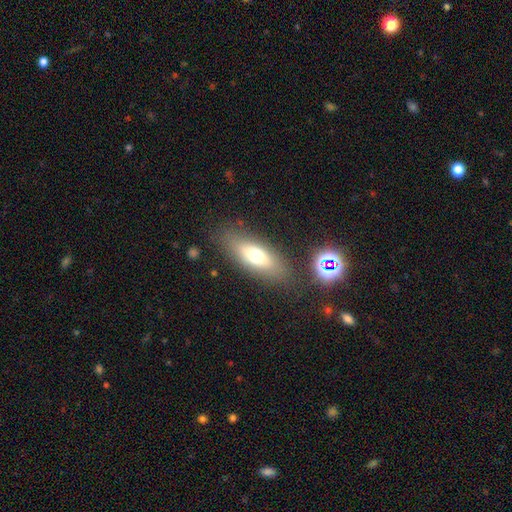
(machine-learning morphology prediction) smooth_or_featured: smooth (p=0.65) [alt: featured or disk p=0.26]
how_rounded: in between (p=0.71) [alt: cigar-shaped p=0.25]
merging: none (p=0.80) [alt: minor disturbance p=0.12]